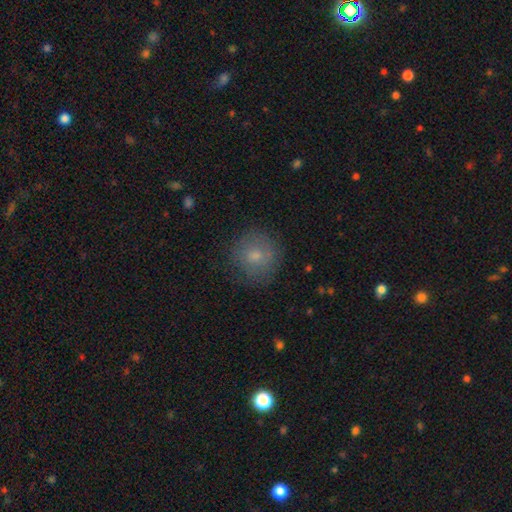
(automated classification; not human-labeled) Smooth or featured?
  - smooth: 75% *
  - featured or disk: 15%
  - star or artifact: 10%
How rounded?
  - round: 92% *
  - in between: 7%
  - cigar-shaped: 1%
Merging?
  - none: 80% *
  - minor disturbance: 14%
  - major disturbance: 5%
  - merger: 1%